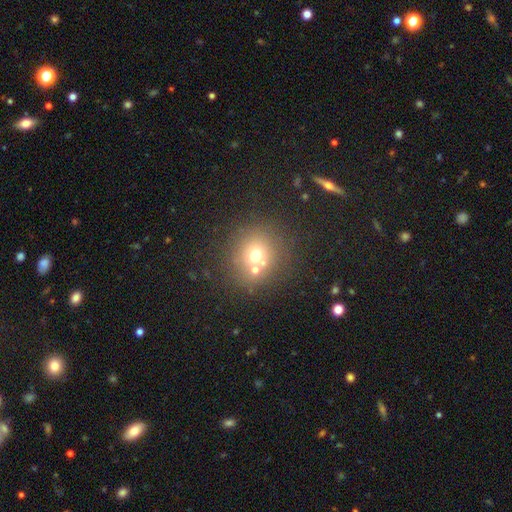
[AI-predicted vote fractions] This appears to be a smooth galaxy with no disk features (64%) that is round (87%). Merging: none (62%).